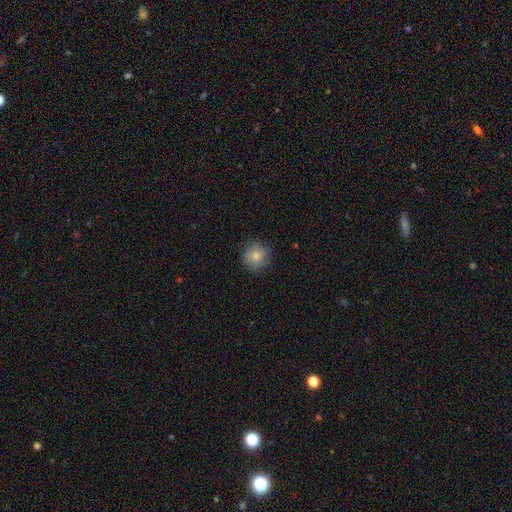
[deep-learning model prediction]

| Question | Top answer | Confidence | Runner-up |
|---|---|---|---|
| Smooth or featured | smooth | 81% | featured or disk (11%) |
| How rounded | round | 90% | in between (9%) |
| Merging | none | 84% | minor disturbance (12%) |